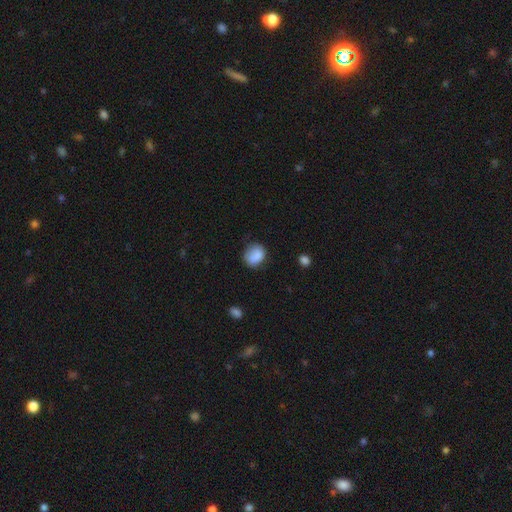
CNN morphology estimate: type=smooth (84%); roundness=round (58%); merging=none (67%).